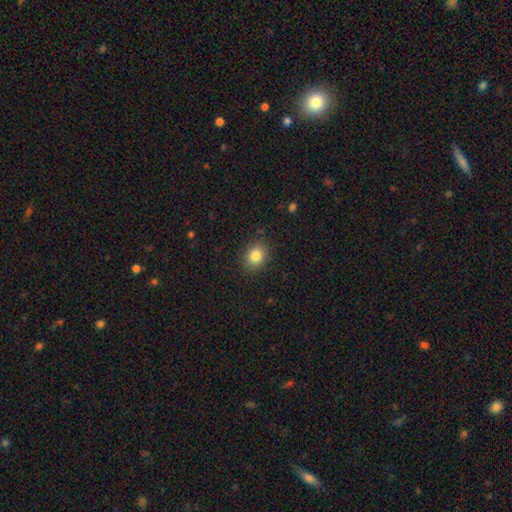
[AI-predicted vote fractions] A smooth galaxy with no disk features (83%) that is round (53%).

Vote fractions:
- Smooth or featured? smooth: 83% / star or artifact: 10% / featured or disk: 6%
- How rounded? round: 53% / in between: 46% / cigar-shaped: 1%
- Merging? none: 87% / minor disturbance: 9% / major disturbance: 3% / merger: 1%